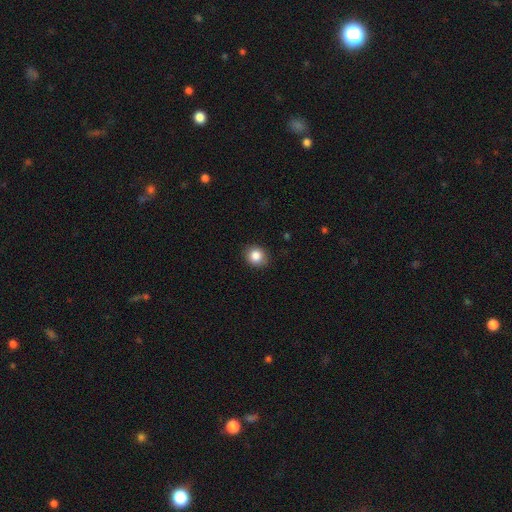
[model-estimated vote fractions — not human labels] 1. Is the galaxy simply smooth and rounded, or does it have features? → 85% smooth, 10% star or artifact, 5% featured or disk.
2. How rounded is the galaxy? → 78% round, 21% in between, 1% cigar-shaped.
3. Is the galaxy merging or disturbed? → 87% none, 9% minor disturbance, 2% major disturbance, 1% merger.